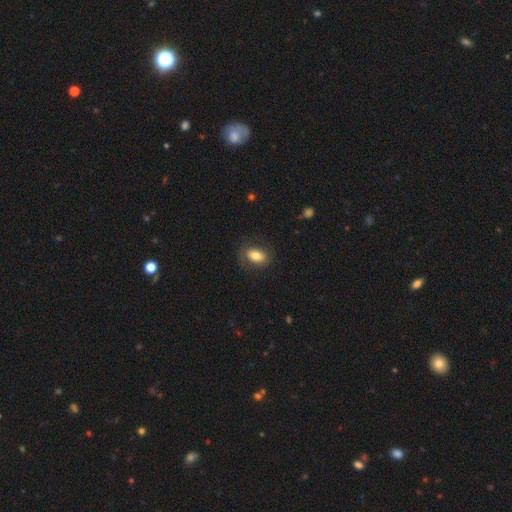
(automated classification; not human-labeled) smooth_or_featured: smooth (p=0.77) [alt: featured or disk p=0.16]
how_rounded: in between (p=0.85) [alt: round p=0.13]
merging: none (p=0.75) [alt: minor disturbance p=0.16]